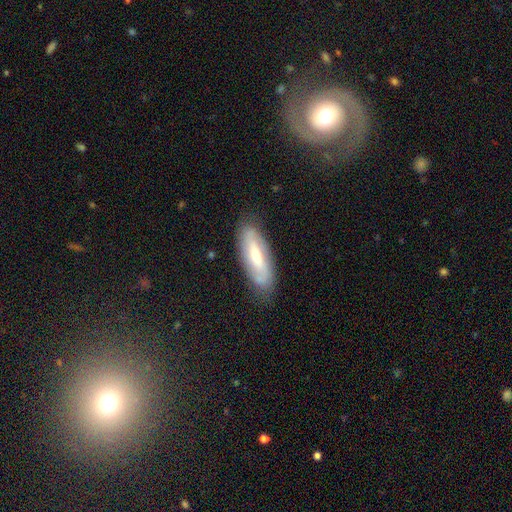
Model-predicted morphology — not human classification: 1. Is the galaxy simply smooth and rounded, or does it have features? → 50% featured or disk, 43% smooth, 7% star or artifact.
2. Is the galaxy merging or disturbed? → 79% none, 16% minor disturbance, 4% major disturbance, 1% merger.